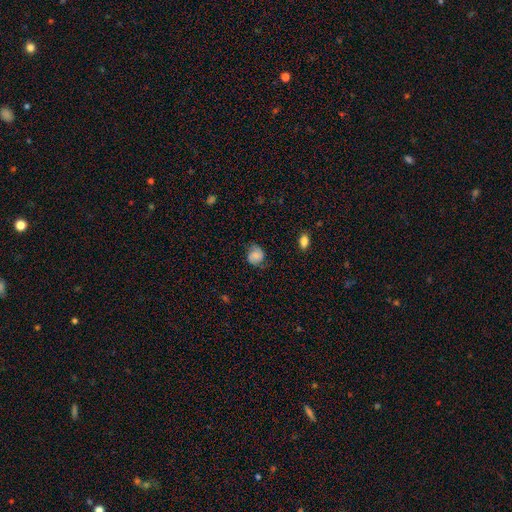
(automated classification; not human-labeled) Smooth or featured? smooth (59%)
How rounded? round (72%)
Merging? none (65%)